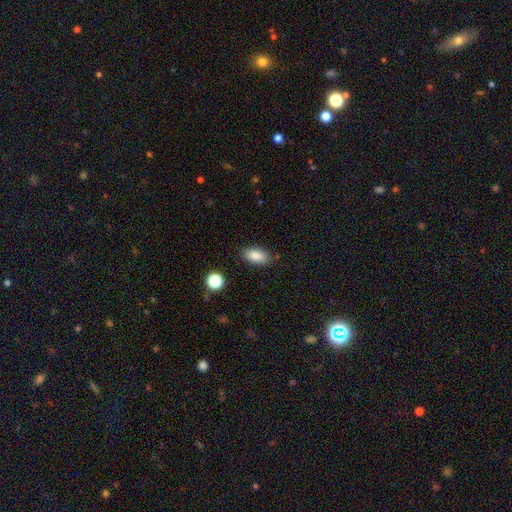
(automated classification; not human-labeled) Smooth or featured? Predicted: smooth (p=0.87). How rounded? Predicted: in between (p=0.91). Merging? Predicted: none (p=0.85).